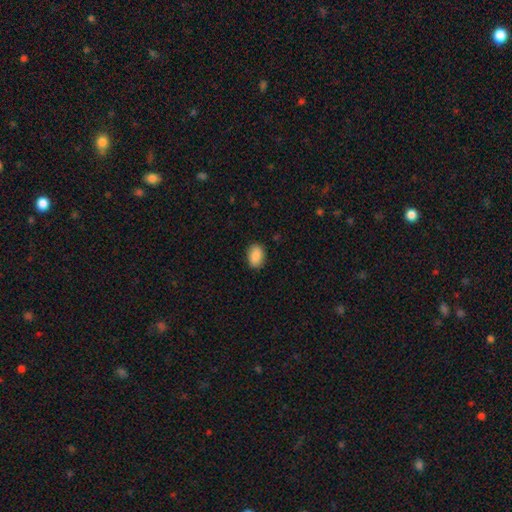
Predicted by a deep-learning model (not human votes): A smooth galaxy with no disk features (90%) that is in between round and cigar-shaped (86%).

Vote fractions:
- Smooth or featured? smooth: 90% / star or artifact: 7% / featured or disk: 4%
- How rounded? in between: 86% / round: 13% / cigar-shaped: 1%
- Merging? none: 88% / minor disturbance: 9% / major disturbance: 2% / merger: 1%